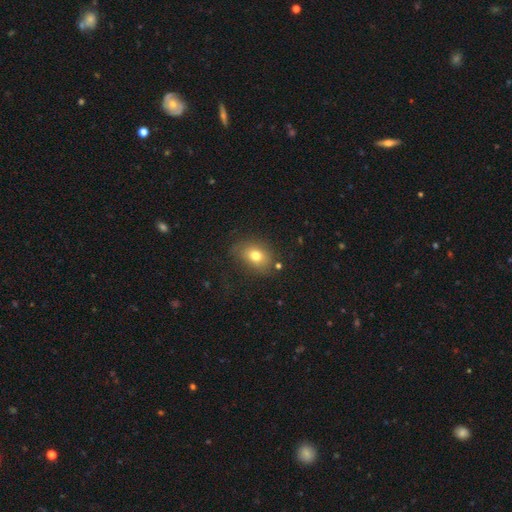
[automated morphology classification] This is likely a smooth galaxy (75%). How rounded: likely in between (64%). Merging: likely none (71%).